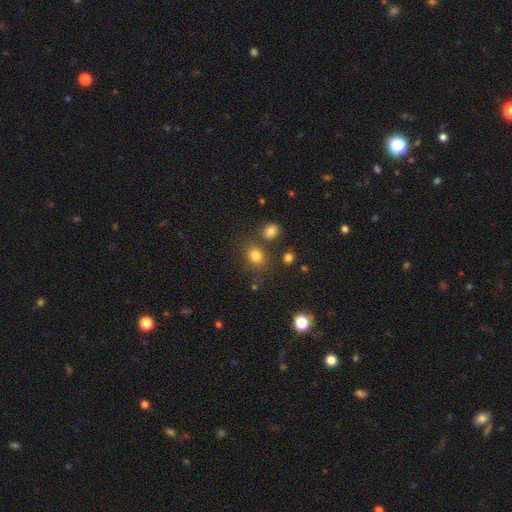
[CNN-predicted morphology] Smooth or featured: smooth — 80% (star or artifact — 14%)
How rounded: round — 58% (in between — 41%)
Merging: none — 70% (minor disturbance — 13%)